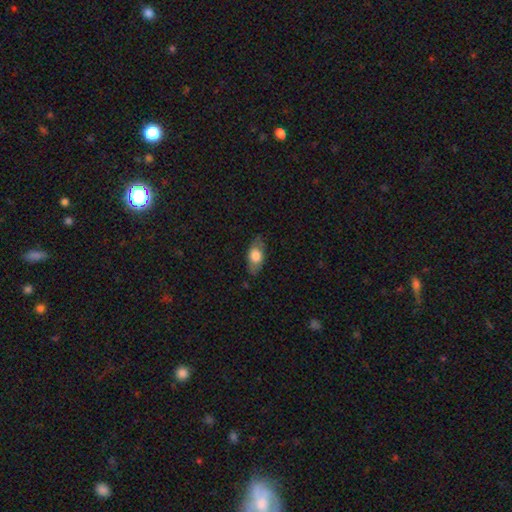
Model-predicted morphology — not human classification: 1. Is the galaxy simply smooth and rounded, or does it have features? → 67% smooth, 26% featured or disk, 7% star or artifact.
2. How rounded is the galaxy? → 86% in between, 7% cigar-shaped, 7% round.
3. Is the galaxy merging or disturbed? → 76% none, 18% minor disturbance, 5% major disturbance, 1% merger.